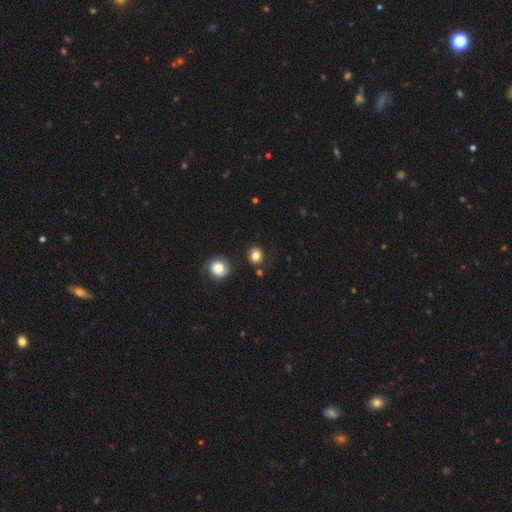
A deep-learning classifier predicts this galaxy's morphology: Smooth or featured? smooth (79%)
How rounded? round (79%)
Merging? none (78%)